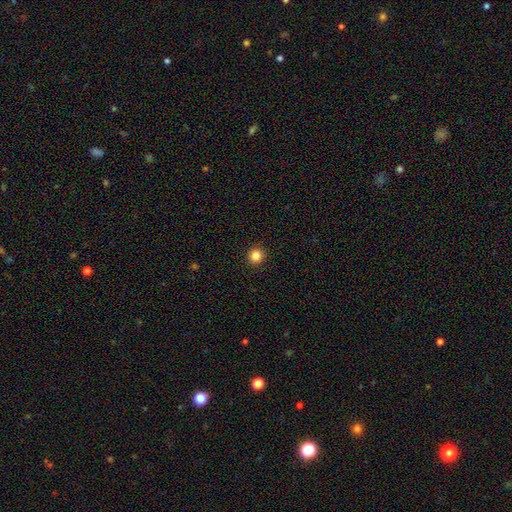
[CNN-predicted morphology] smooth 85%, star or artifact 11%, featured or disk 4%. Down the decision tree: how rounded — round (91%); merging — none (93%).